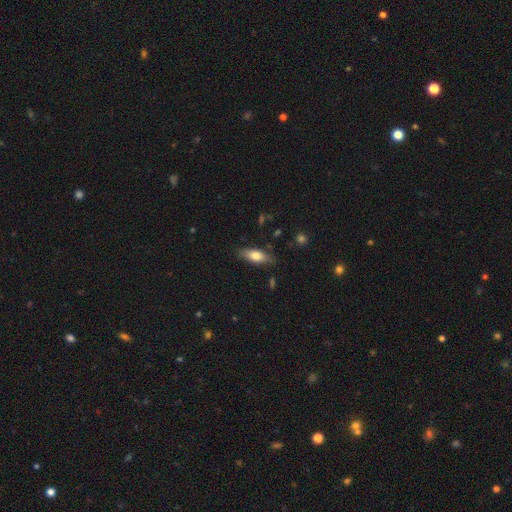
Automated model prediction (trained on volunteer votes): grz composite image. It shows a smooth galaxy with no disk features (71%) that is in between round and cigar-shaped (72%). Merging: none (82%).